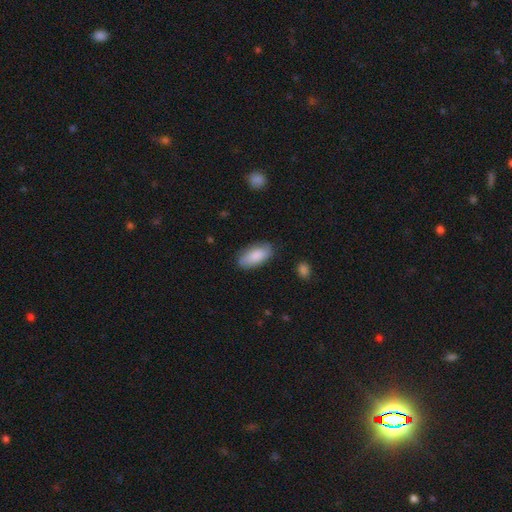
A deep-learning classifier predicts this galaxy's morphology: This is clearly a smooth galaxy (84%). How rounded: clearly in between (92%). Merging: clearly none (81%).